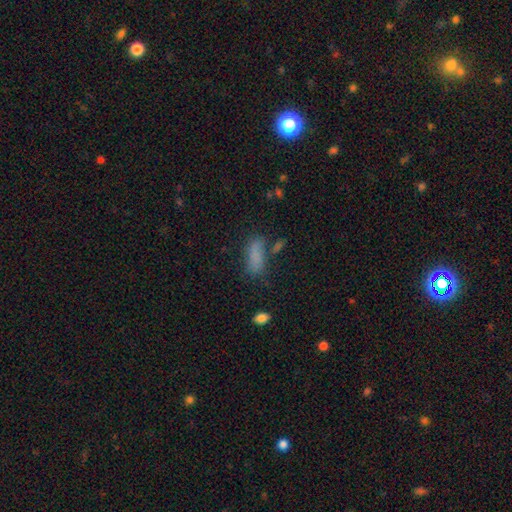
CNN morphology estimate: Q: Smooth or featured?
A: smooth (79%); runner-up: star or artifact (11%)
Q: How rounded?
A: in between (70%); runner-up: cigar-shaped (27%)
Q: Merging?
A: none (60%); runner-up: minor disturbance (21%)